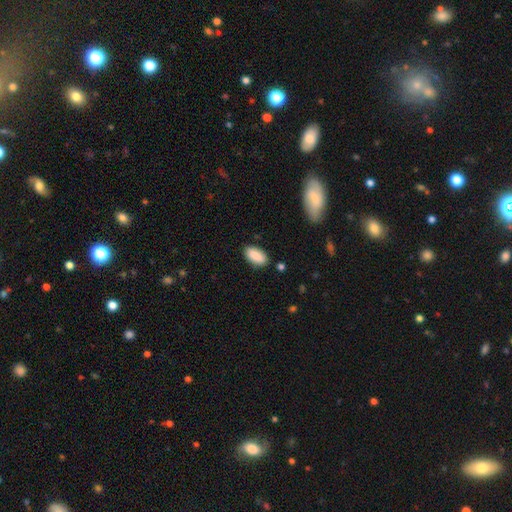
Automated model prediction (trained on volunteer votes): smooth 88%, star or artifact 6%, featured or disk 6%. Down the decision tree: how rounded — in between (91%); merging — none (83%).